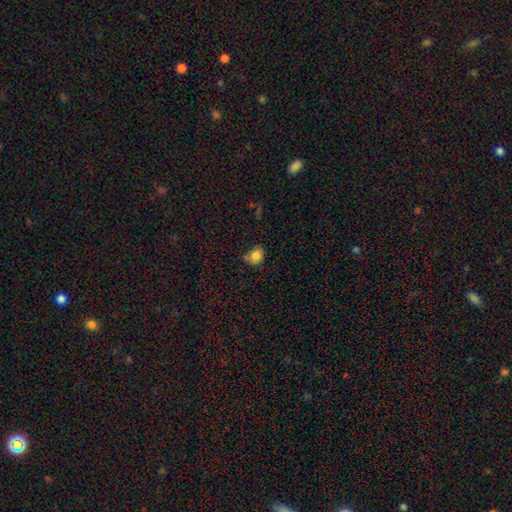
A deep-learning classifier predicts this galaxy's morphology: A smooth galaxy with no disk features (82%) that is round (53%).

Vote fractions:
- Smooth or featured? smooth: 82% / star or artifact: 10% / featured or disk: 8%
- How rounded? round: 53% / in between: 46% / cigar-shaped: 1%
- Merging? none: 65% / minor disturbance: 25% / merger: 5% / major disturbance: 5%